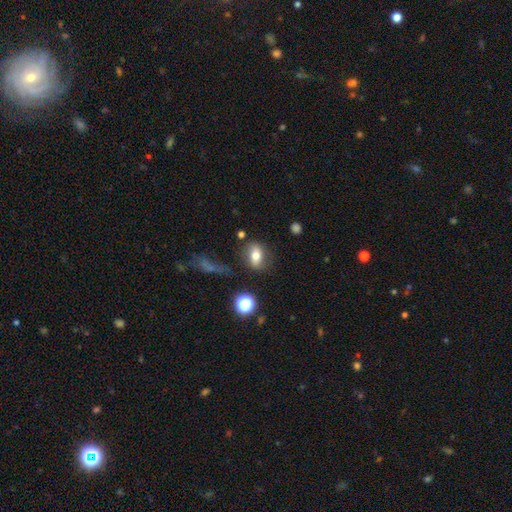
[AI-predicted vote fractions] smooth_or_featured: smooth (p=0.65) [alt: featured or disk p=0.23]
how_rounded: in between (p=0.72) [alt: round p=0.24]
merging: none (p=0.73) [alt: minor disturbance p=0.16]